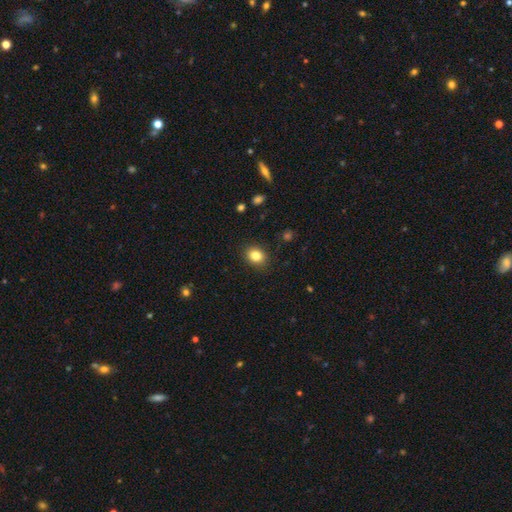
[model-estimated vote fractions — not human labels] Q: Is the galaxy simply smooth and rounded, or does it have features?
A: smooth — 83%.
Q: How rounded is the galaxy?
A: round — 56%.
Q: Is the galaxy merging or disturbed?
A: none — 89%.